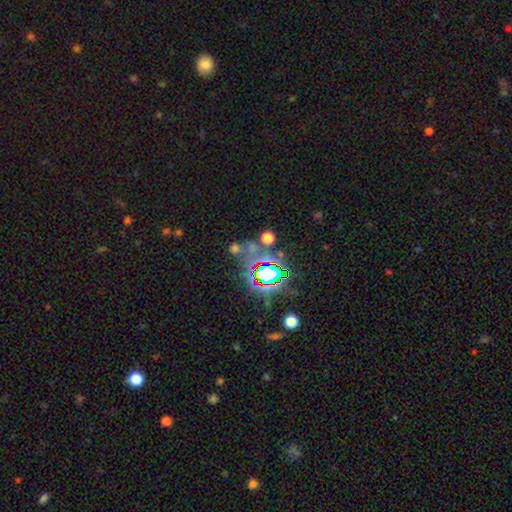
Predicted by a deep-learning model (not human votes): Smooth or featured?
  - star or artifact: 80% *
  - smooth: 11%
  - featured or disk: 8%